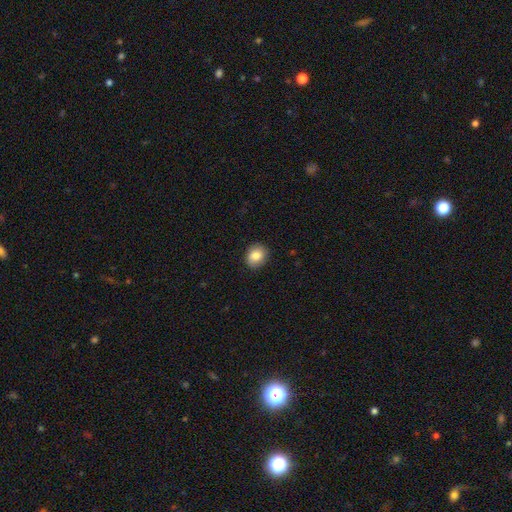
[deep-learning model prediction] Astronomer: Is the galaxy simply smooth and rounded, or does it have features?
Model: smooth — 84%.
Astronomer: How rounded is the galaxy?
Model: round — 60% (runner-up: in between, 39%).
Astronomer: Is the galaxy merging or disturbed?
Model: none — 88%.